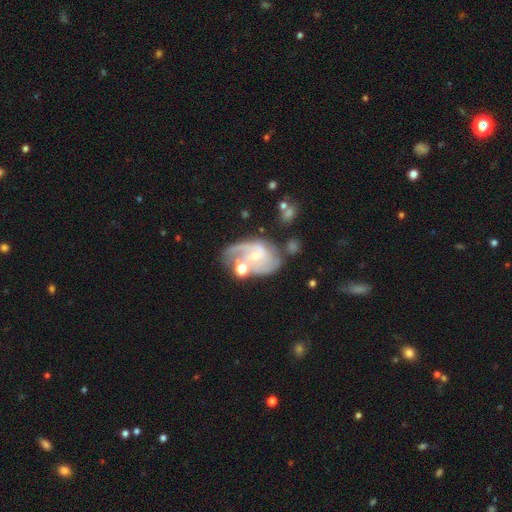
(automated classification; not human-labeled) The model was most divided on "bar": no: 49%, weak: 41%, strong: 9%. Remaining: edge-on disk — no (97%); spiral arms — yes (91%); smooth or featured — featured or disk (80%); bulge size — small (62%); spiral arm count — 2 (61%); spiral winding — medium (47%); merging — none (47%).